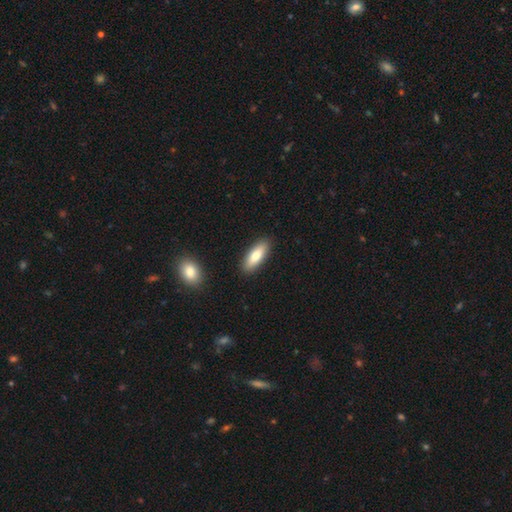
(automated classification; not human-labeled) smooth-or-featured: smooth: 78% | featured or disk: 16% | star or artifact: 6%
  how-rounded: in between: 67% | cigar-shaped: 31% | round: 2%
  merging: none: 88% | minor disturbance: 8% | merger: 2% | major disturbance: 2%